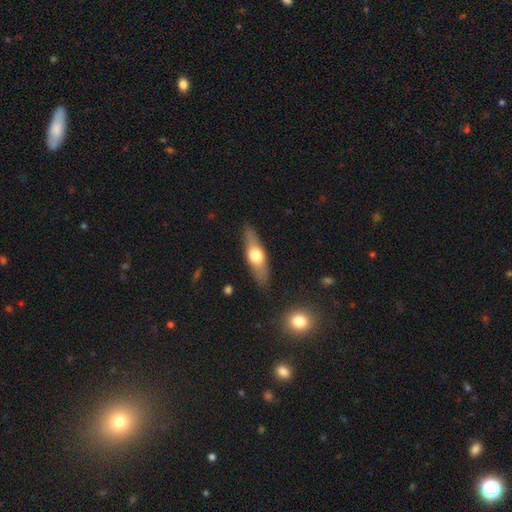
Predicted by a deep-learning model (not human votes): A smooth galaxy with no disk features (47%, tied with featured or disk).

Vote fractions:
- Smooth or featured? smooth: 47% (tied) / featured or disk: 47% (tied) / star or artifact: 6%
- Merging? none: 85% / minor disturbance: 11% / major disturbance: 3% / merger: 1%